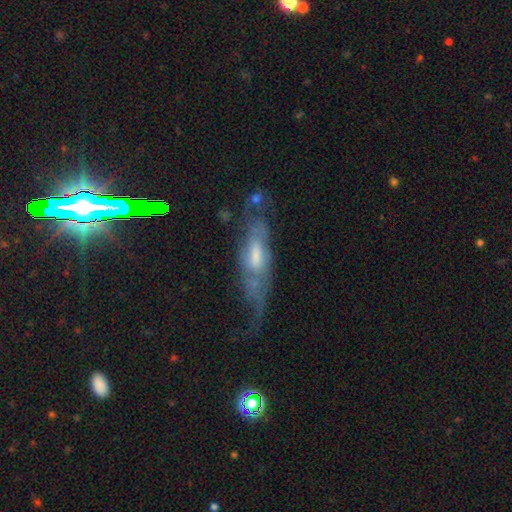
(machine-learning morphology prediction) This is likely a featured or disk galaxy (62%). It is likely not viewed edge-on (66%). Merging: marginally none (39%).